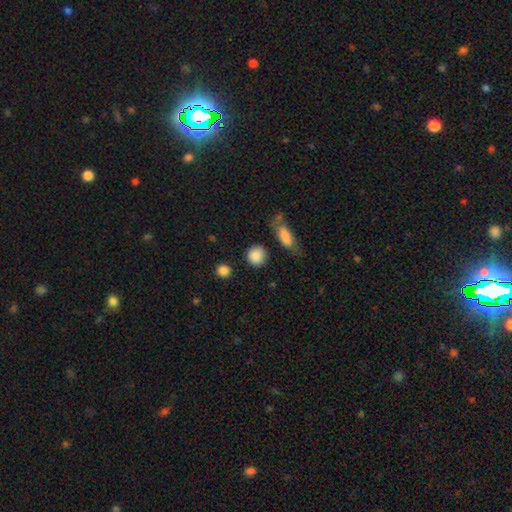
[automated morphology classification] smooth 88%, star or artifact 8%, featured or disk 4%. Down the decision tree: how rounded — round (86%); merging — none (83%).